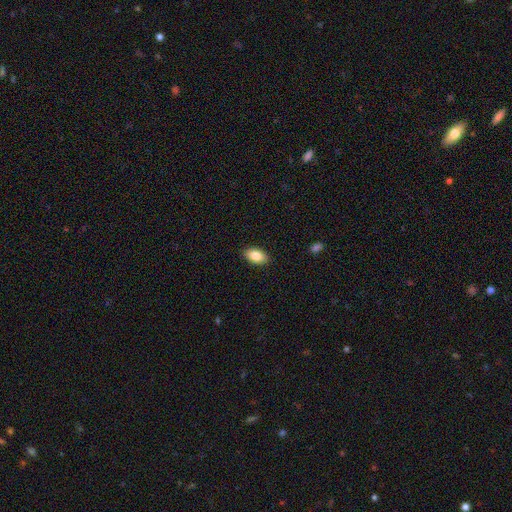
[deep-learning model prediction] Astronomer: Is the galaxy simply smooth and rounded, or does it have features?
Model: smooth — 85%.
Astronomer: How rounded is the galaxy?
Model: in between — 93%.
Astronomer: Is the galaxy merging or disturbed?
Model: none — 89%.